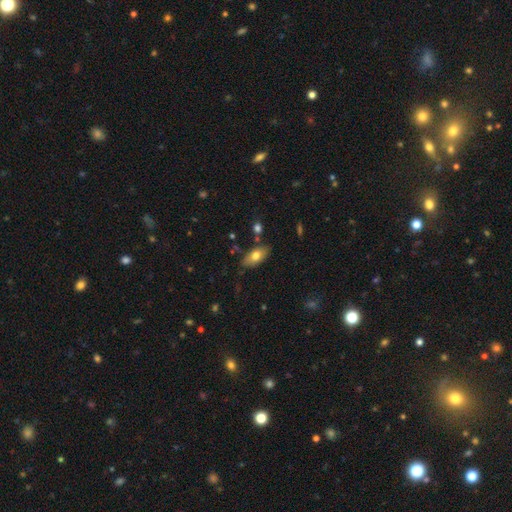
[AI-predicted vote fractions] smooth-or-featured: smooth: 72% | featured or disk: 21% | star or artifact: 7%
  how-rounded: in between: 89% | cigar-shaped: 7% | round: 4%
  merging: none: 79% | minor disturbance: 14% | merger: 4% | major disturbance: 3%